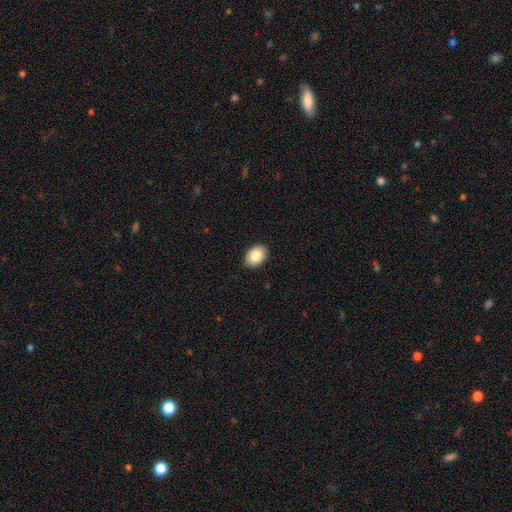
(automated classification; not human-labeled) Smooth or featured? smooth (86%)
How rounded? in between (81%)
Merging? none (89%)